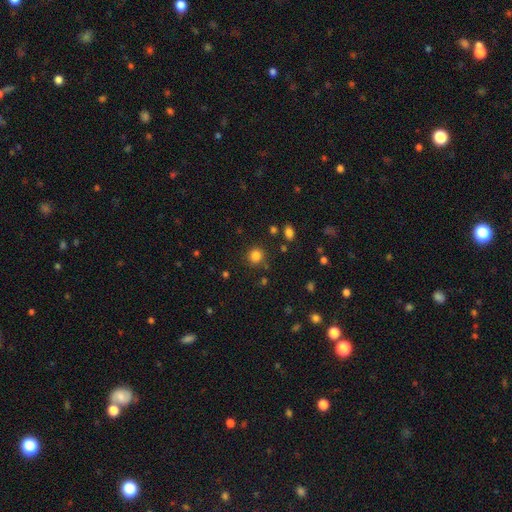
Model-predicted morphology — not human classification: Q: Smooth or featured?
A: smooth (82%); runner-up: star or artifact (13%)
Q: How rounded?
A: round (90%); runner-up: in between (9%)
Q: Merging?
A: none (85%); runner-up: minor disturbance (8%)